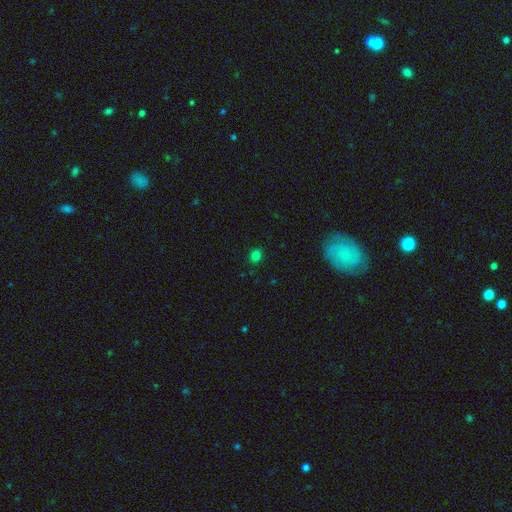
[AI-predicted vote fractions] Overall: smooth (79%). How rounded: round (75%). Merging: none (87%).